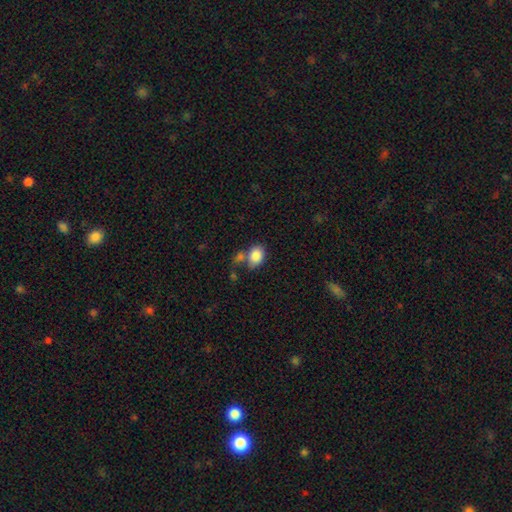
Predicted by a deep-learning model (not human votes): This appears to be a smooth galaxy with no disk features (85%) that is in between round and cigar-shaped (71%). Merging: none (53%).